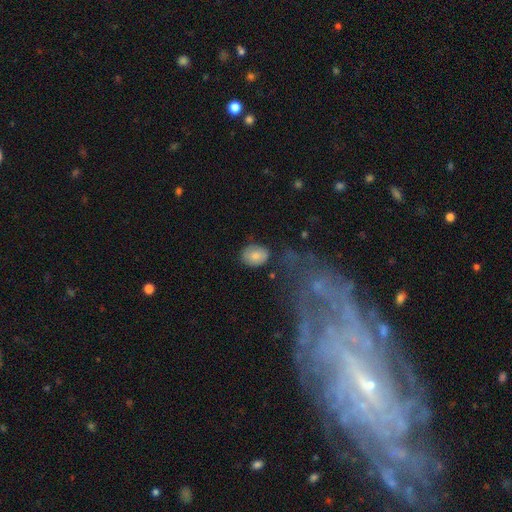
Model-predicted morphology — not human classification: smooth-or-featured: smooth: 80% | featured or disk: 13% | star or artifact: 8%
  how-rounded: in between: 62% | round: 36% | cigar-shaped: 1%
  merging: none: 77% | minor disturbance: 16% | major disturbance: 4% | merger: 3%